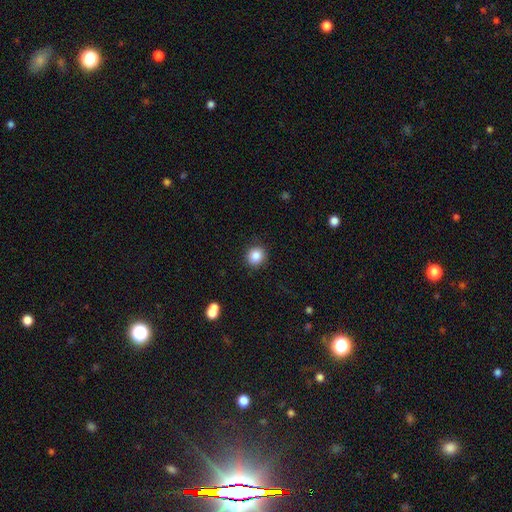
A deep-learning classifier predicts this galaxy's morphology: smooth_or_featured: smooth (p=0.86) [alt: star or artifact p=0.09]
how_rounded: round (p=0.88) [alt: in between p=0.11]
merging: none (p=0.90) [alt: minor disturbance p=0.07]